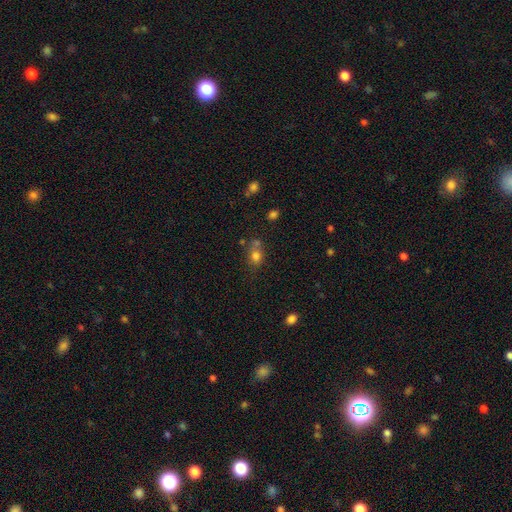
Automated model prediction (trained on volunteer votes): This appears to be a smooth galaxy with no disk features (75%) that is round (63%). Merging: none (50%).